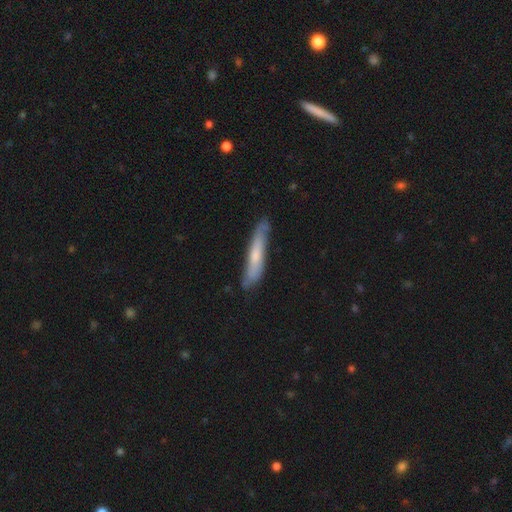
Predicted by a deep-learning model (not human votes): A smooth galaxy with no disk features (51%) that is cigar-shaped (91%). Merging: none (71%).